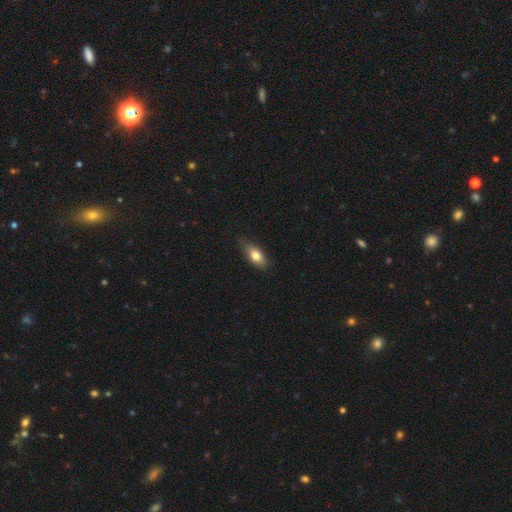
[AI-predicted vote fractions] Smooth or featured? Predicted: smooth (p=0.75). How rounded? Predicted: in between (p=0.81). Merging? Predicted: none (p=0.77).